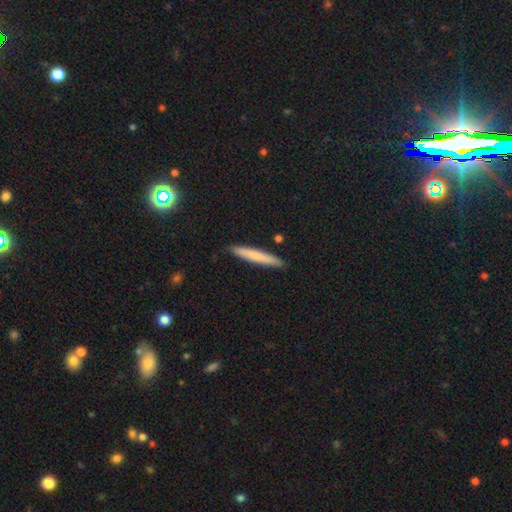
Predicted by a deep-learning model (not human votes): smooth 72%, featured or disk 22%, star or artifact 6%. Down the decision tree: how rounded — cigar-shaped (95%); merging — none (89%).